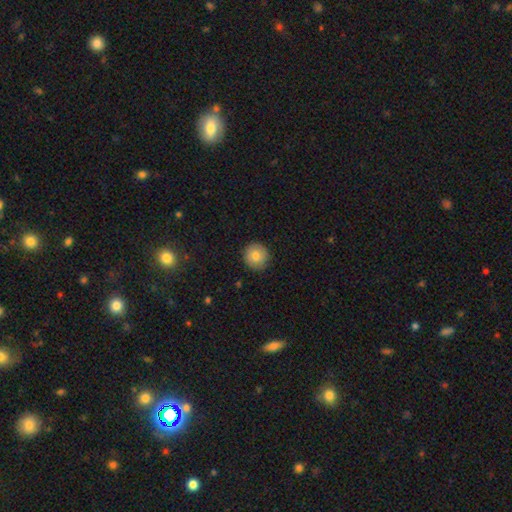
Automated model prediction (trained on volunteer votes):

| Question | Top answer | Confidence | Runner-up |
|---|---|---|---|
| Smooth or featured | smooth | 78% | featured or disk (14%) |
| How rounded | round | 92% | in between (7%) |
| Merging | none | 88% | minor disturbance (9%) |